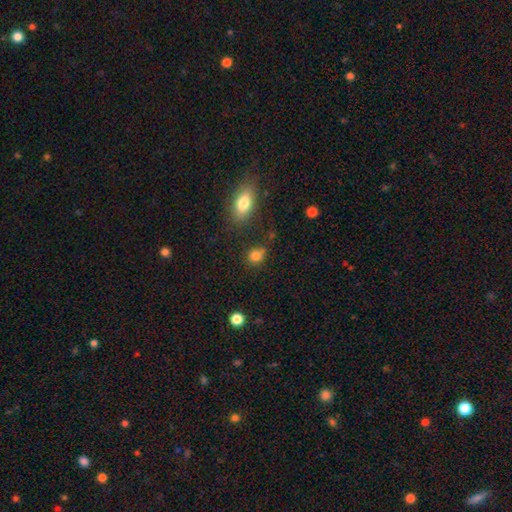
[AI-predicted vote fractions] Smooth or featured: smooth — 83% (star or artifact — 12%)
How rounded: round — 75% (in between — 23%)
Merging: none — 71% (minor disturbance — 15%)